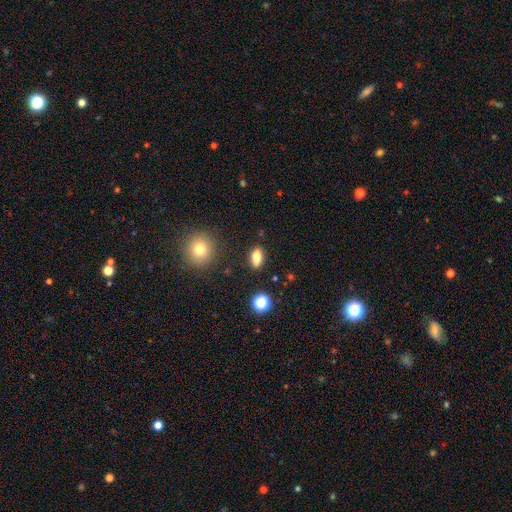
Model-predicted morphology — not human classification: The model was most divided on "smooth or featured": smooth: 80%, star or artifact: 11%, featured or disk: 9%. More confident: merging — none (85%); how rounded — in between (79%).